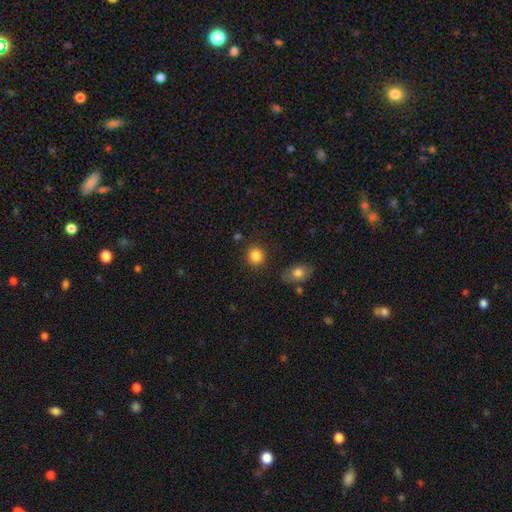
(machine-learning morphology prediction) smooth 86%, star or artifact 9%, featured or disk 4%. Down the decision tree: how rounded — round (83%); merging — none (85%).